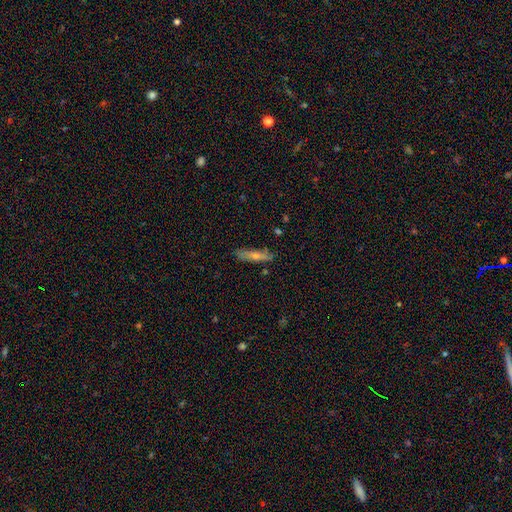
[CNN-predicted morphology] The model was most divided on "smooth or featured": smooth: 60%, featured or disk: 34%, star or artifact: 6%. More confident: merging — none (82%); how rounded — cigar-shaped (81%).